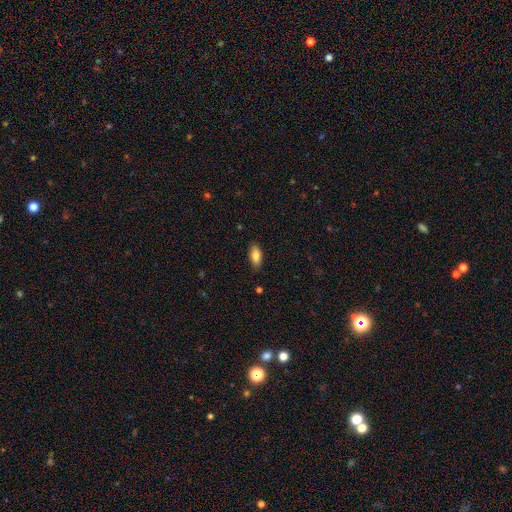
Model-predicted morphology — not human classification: The model was most divided on "merging": none: 85%, minor disturbance: 12%, major disturbance: 2%, merger: 1%. More confident: how rounded — in between (89%); smooth or featured — smooth (83%).